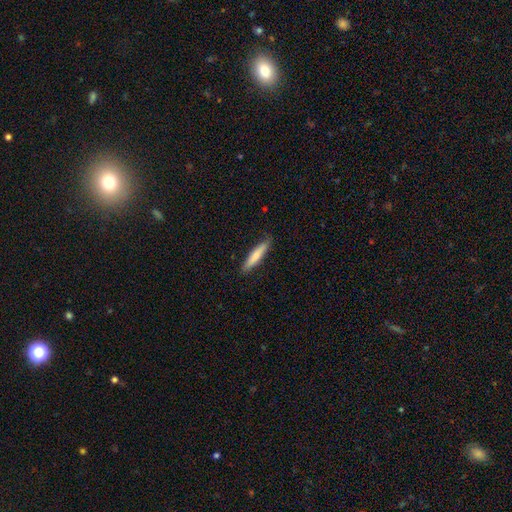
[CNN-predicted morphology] This is likely a smooth galaxy (77%). How rounded: clearly cigar-shaped (88%). Merging: clearly none (87%).